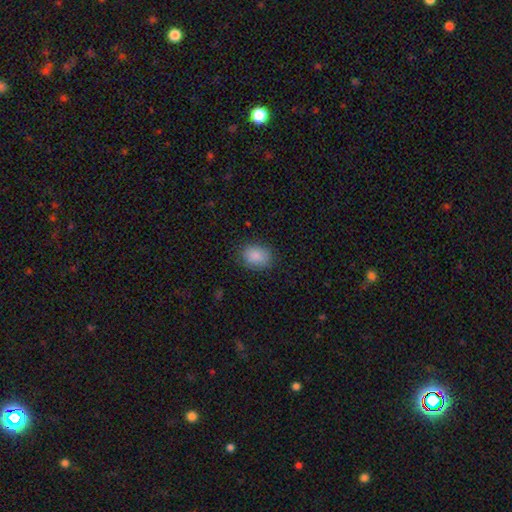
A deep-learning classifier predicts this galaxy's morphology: This is clearly a smooth galaxy (88%). How rounded: possibly in between (59%). Merging: clearly none (82%).